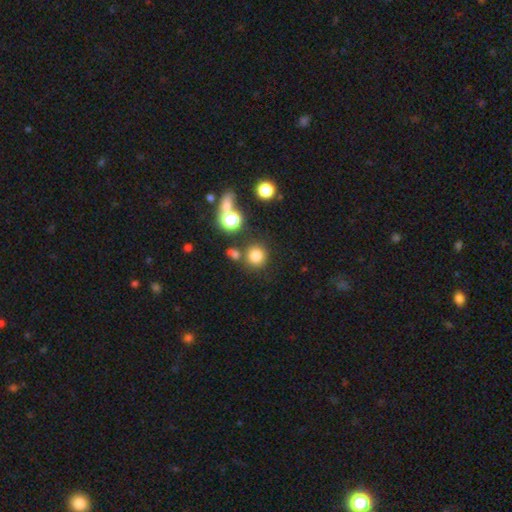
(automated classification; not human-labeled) Smooth or featured? smooth (76%)
How rounded? round (92%)
Merging? none (77%)